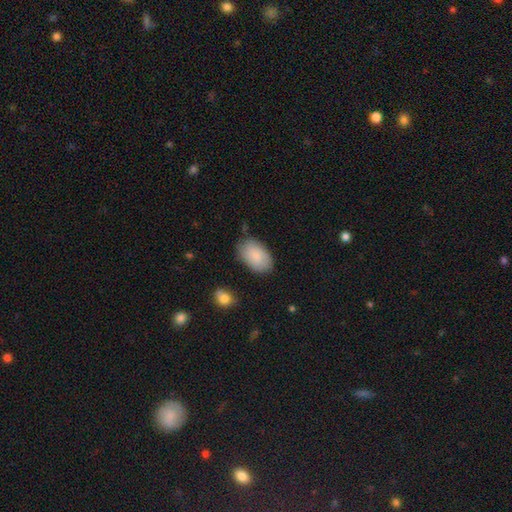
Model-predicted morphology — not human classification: Overall: smooth (85%). How rounded: in between (92%). Merging: none (77%).